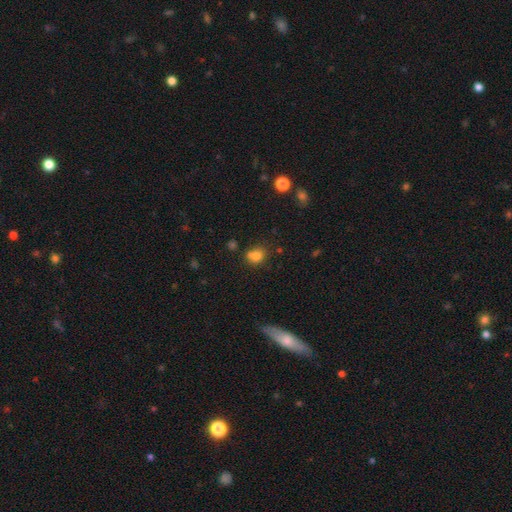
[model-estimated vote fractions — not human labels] Smooth or featured: smooth — 77% (star or artifact — 14%)
How rounded: round — 65% (in between — 34%)
Merging: none — 53% (merger — 23%)